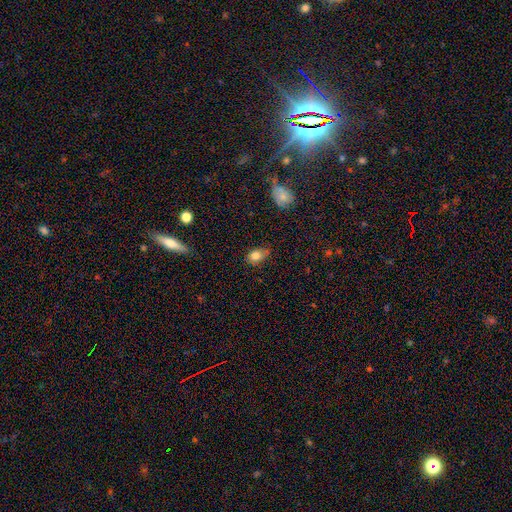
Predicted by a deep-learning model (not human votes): Q: Smooth or featured?
A: smooth (81%); runner-up: star or artifact (10%)
Q: How rounded?
A: in between (77%); runner-up: round (21%)
Q: Merging?
A: none (61%); runner-up: minor disturbance (31%)